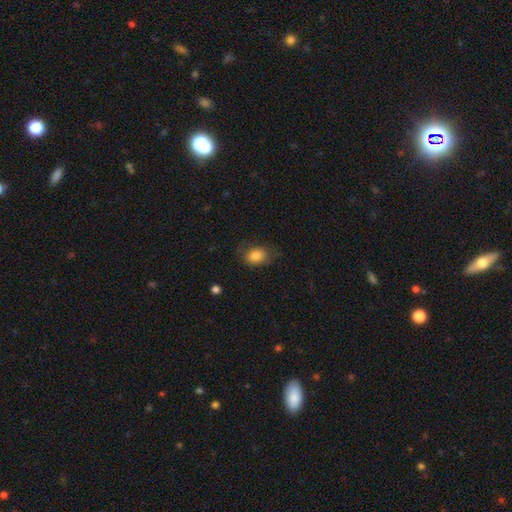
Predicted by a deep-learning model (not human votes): Smooth or featured?
  - smooth: 84% *
  - star or artifact: 9%
  - featured or disk: 8%
How rounded?
  - in between: 65% *
  - round: 34%
  - cigar-shaped: 1%
Merging?
  - none: 70% *
  - minor disturbance: 21%
  - major disturbance: 7%
  - merger: 1%